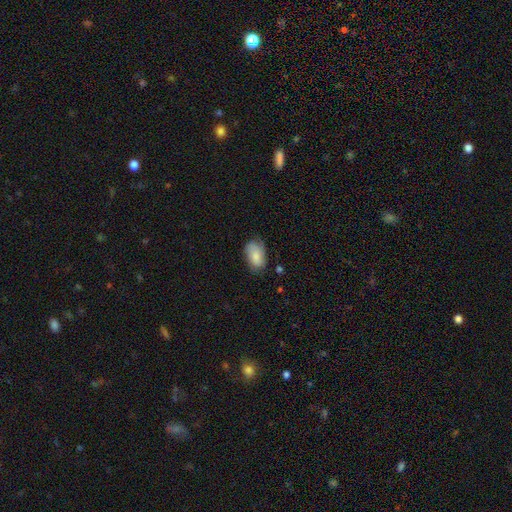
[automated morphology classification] Smooth or featured? Predicted: smooth (p=0.79). How rounded? Predicted: in between (p=0.91). Merging? Predicted: none (p=0.61).